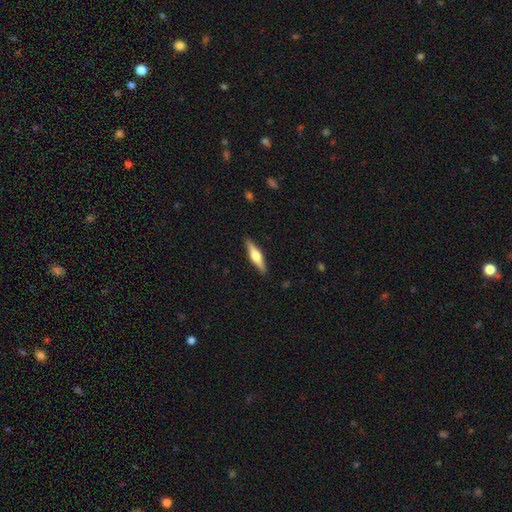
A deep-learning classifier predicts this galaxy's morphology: This is likely a featured or disk galaxy (61%). It is clearly viewed edge-on (97%). Edge-on bulge: clearly rounded (92%). Merging: clearly none (90%).